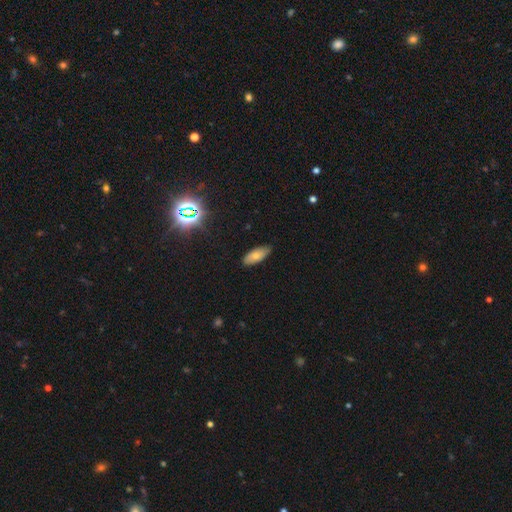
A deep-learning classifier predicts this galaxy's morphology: This appears to be a smooth galaxy with no disk features (68%) that is in between round and cigar-shaped (82%). Merging: none (81%).